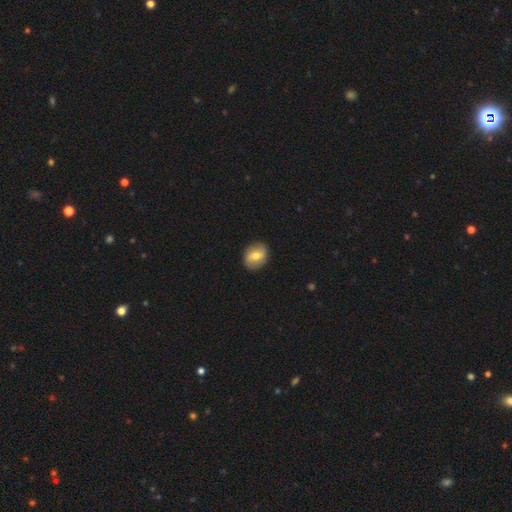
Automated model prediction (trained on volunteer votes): smooth-or-featured: smooth: 64% | featured or disk: 29% | star or artifact: 7%
  how-rounded: in between: 51% | round: 48% | cigar-shaped: 1%
  merging: none: 88% | minor disturbance: 9% | major disturbance: 2% | merger: 1%